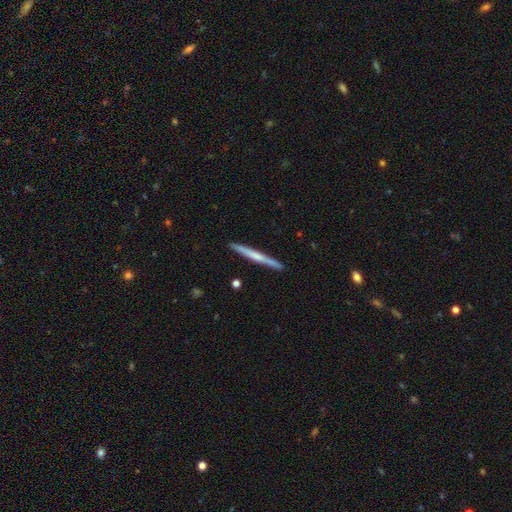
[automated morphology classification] This is possibly a featured or disk galaxy (55%). It is clearly viewed edge-on (98%). Edge-on bulge: possibly none (53%). Merging: clearly none (91%).